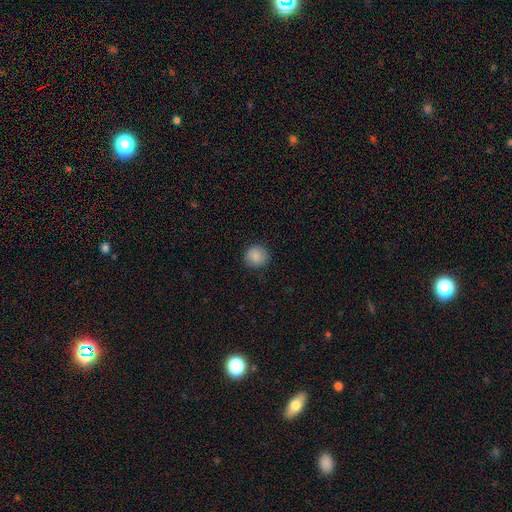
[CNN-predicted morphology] The model was most divided on "merging": none: 87%, minor disturbance: 10%, major disturbance: 3%, merger: 1%. More confident: how rounded — round (89%); smooth or featured — smooth (87%).